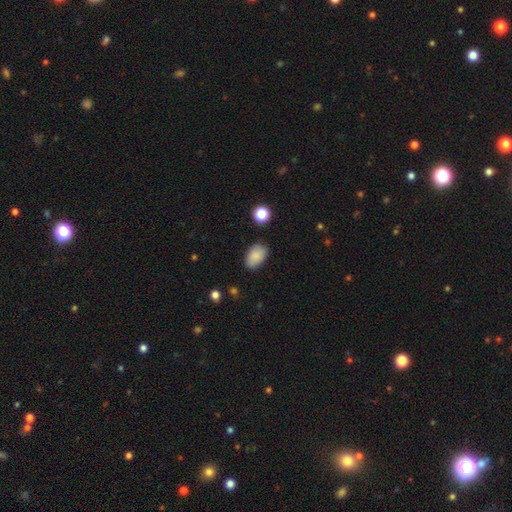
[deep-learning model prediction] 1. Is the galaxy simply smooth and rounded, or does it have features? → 86% smooth, 8% star or artifact, 7% featured or disk.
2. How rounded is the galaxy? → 89% in between, 10% round, 1% cigar-shaped.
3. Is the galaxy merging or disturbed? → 79% none, 16% minor disturbance, 3% major disturbance, 2% merger.